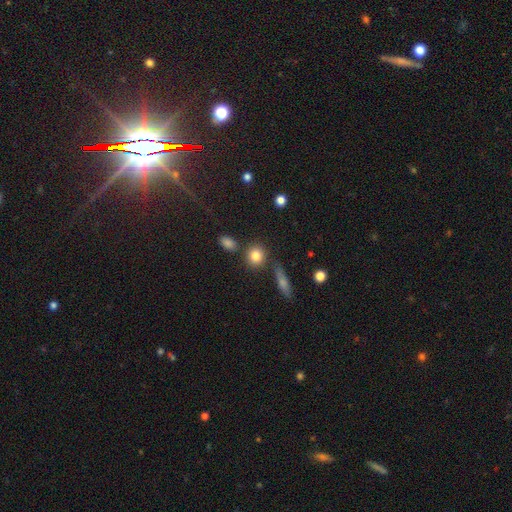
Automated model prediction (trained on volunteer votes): Smooth or featured? Predicted: smooth (p=0.82). How rounded? Predicted: round (p=0.78). Merging? Predicted: none (p=0.77).